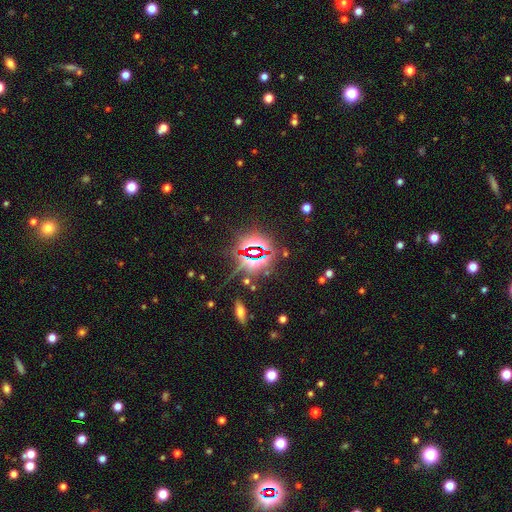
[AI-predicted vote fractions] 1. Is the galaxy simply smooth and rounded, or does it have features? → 81% star or artifact, 10% smooth, 9% featured or disk.